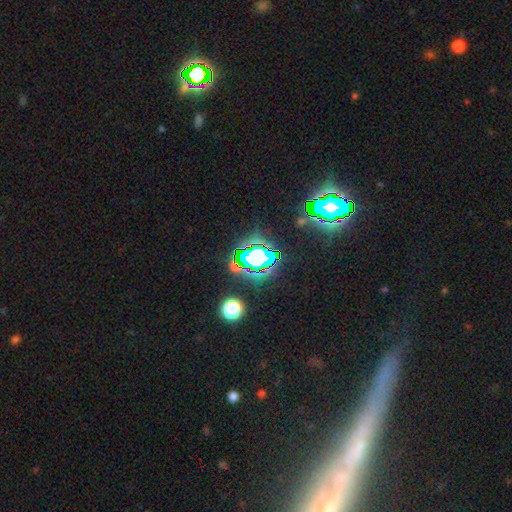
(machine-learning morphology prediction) type=star or artifact (67%).